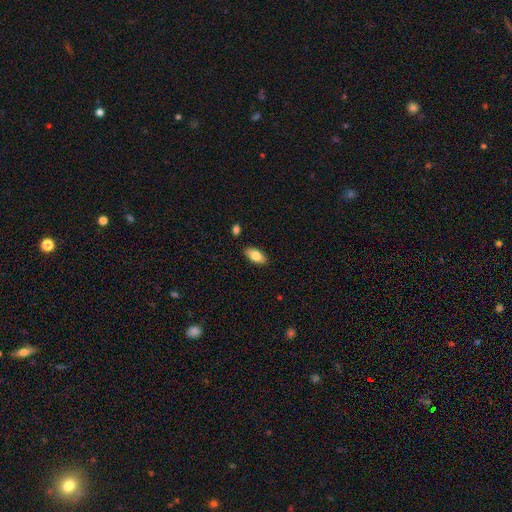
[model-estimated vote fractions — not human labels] Smooth or featured? smooth (79%)
How rounded? in between (90%)
Merging? none (87%)